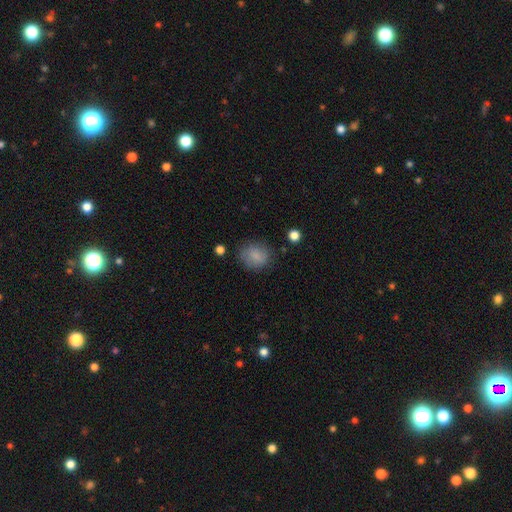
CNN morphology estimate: smooth 82%, star or artifact 9%, featured or disk 8%. Down the decision tree: how rounded — round (59%); merging — none (76%).